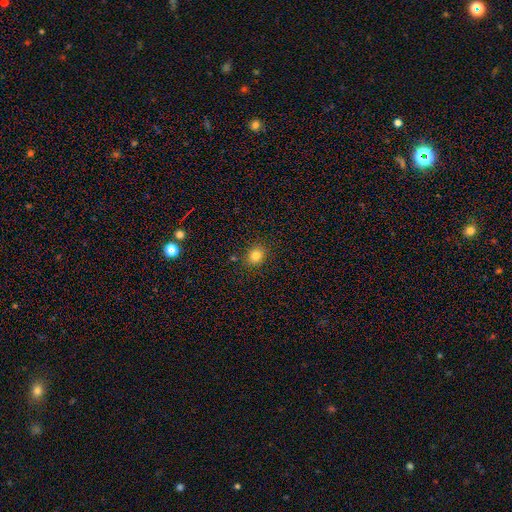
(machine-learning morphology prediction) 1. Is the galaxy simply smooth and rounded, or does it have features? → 81% smooth, 13% star or artifact, 7% featured or disk.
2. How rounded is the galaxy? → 68% round, 31% in between, 1% cigar-shaped.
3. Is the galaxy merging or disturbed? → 87% none, 9% minor disturbance, 2% major disturbance, 2% merger.